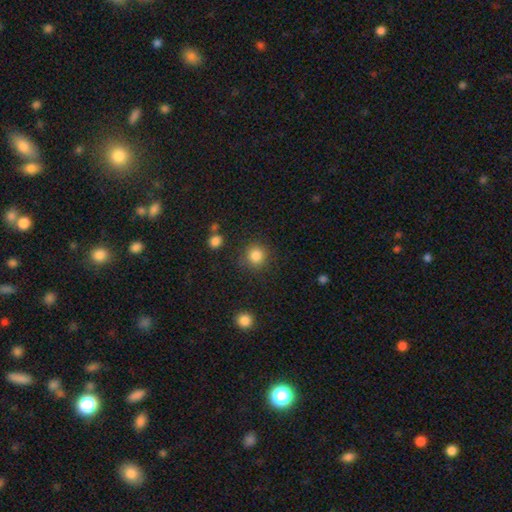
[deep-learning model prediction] Morphology: type=smooth (85%); roundness=round (92%); merging=none (86%).